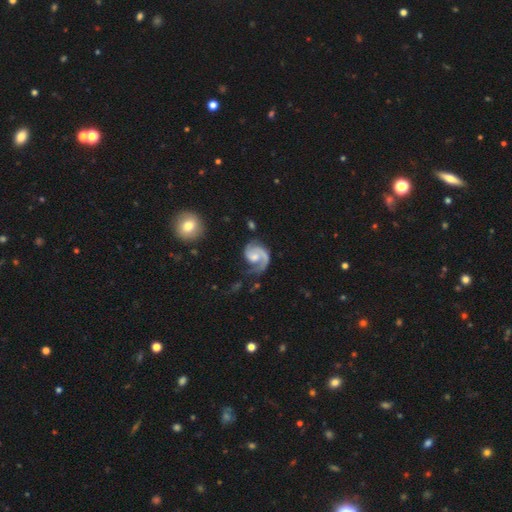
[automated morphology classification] Smooth or featured? Predicted: featured or disk (p=0.89). Edge-on disk? Predicted: no (p=0.98). Bar? Predicted: no (p=0.59). Spiral arms? Predicted: yes (p=0.97). Spiral winding? Predicted: medium (p=0.50). Spiral arm count? Predicted: 2 (p=0.62). Bulge size? Predicted: moderate (p=0.49). Merging? Predicted: none (p=0.58).